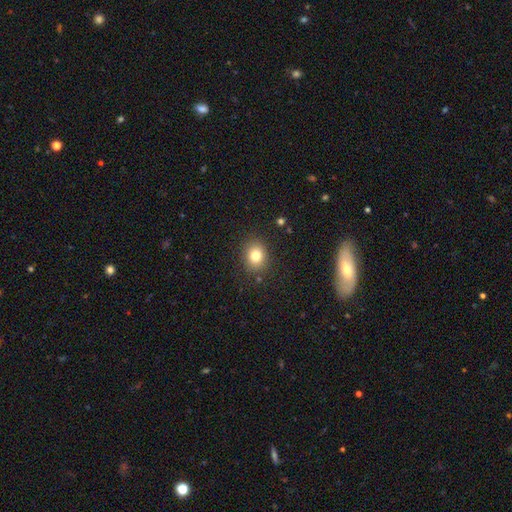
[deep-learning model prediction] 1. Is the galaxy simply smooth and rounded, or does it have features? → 80% smooth, 12% star or artifact, 8% featured or disk.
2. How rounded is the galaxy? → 59% round, 40% in between, 1% cigar-shaped.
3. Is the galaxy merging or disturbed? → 87% none, 9% minor disturbance, 3% major disturbance, 1% merger.